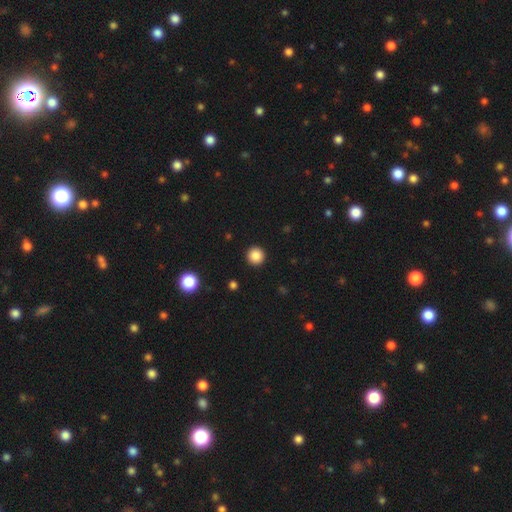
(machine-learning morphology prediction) Overall: smooth (86%). How rounded: round (96%). Merging: none (93%).